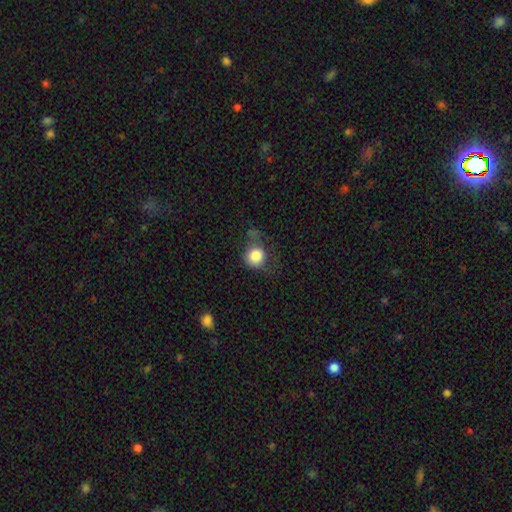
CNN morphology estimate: smooth-or-featured: smooth: 83% | star or artifact: 9% | featured or disk: 8%
  how-rounded: round: 85% | in between: 14% | cigar-shaped: 1%
  merging: none: 47% | minor disturbance: 27% | major disturbance: 21% | merger: 5%